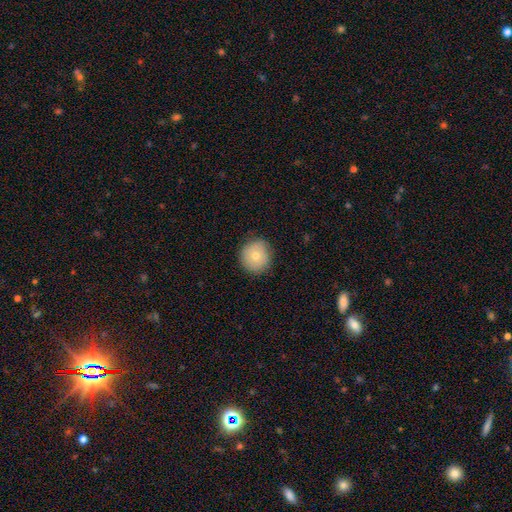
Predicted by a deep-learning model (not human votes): smooth-or-featured: smooth: 74% | featured or disk: 17% | star or artifact: 9%
  how-rounded: round: 88% | in between: 11% | cigar-shaped: 1%
  merging: none: 85% | minor disturbance: 12% | major disturbance: 3% | merger: 1%